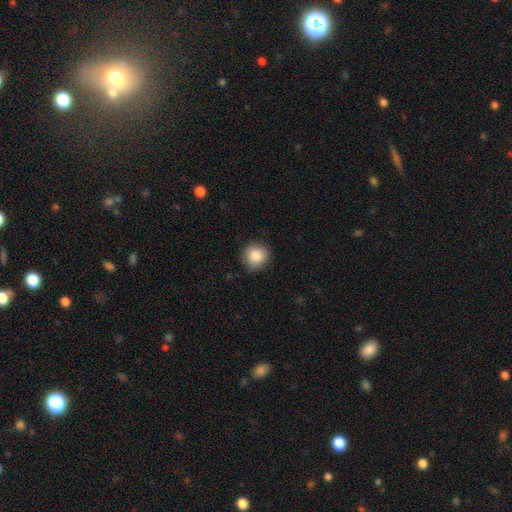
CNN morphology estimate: smooth 88%, star or artifact 8%, featured or disk 4%. Down the decision tree: how rounded — round (91%); merging — none (88%).